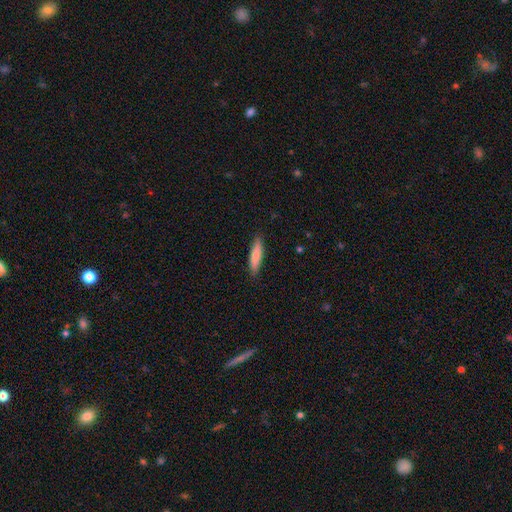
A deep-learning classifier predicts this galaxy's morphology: The model was most divided on "how rounded": cigar-shaped: 75%, in between: 24%, round: 1%. More confident: merging — none (88%); smooth or featured — smooth (82%).